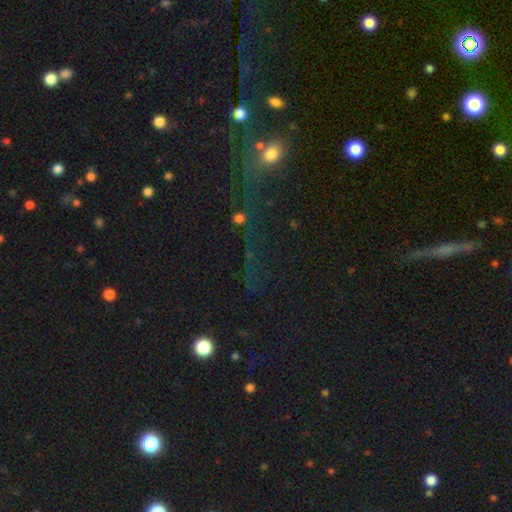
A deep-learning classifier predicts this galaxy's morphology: Q: Smooth or featured?
A: star or artifact (60%); runner-up: smooth (27%)